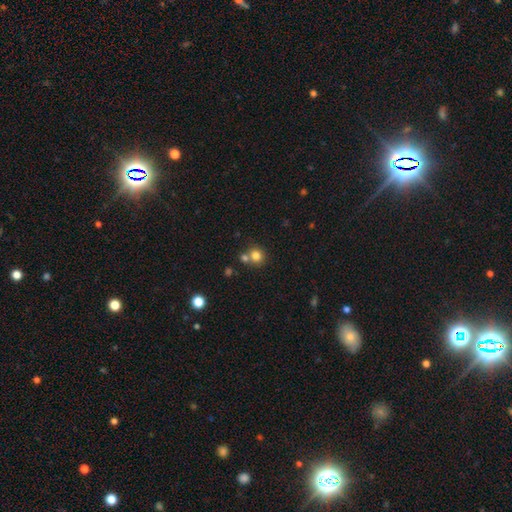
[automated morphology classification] A smooth galaxy with no disk features (79%) that is round (86%).

Vote fractions:
- Smooth or featured? smooth: 79% / star or artifact: 13% / featured or disk: 8%
- How rounded? round: 86% / in between: 13% / cigar-shaped: 1%
- Merging? none: 59% / merger: 31% / minor disturbance: 7% / major disturbance: 3%